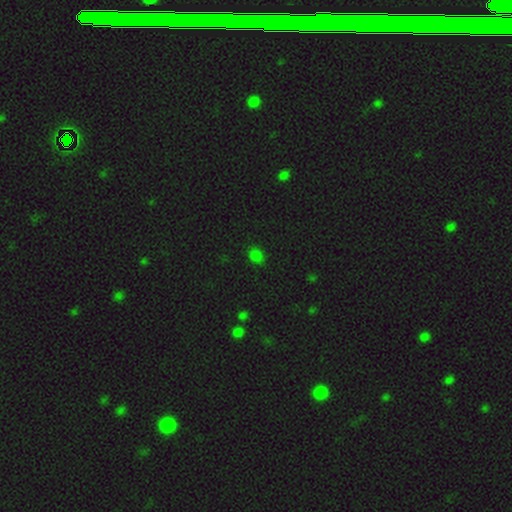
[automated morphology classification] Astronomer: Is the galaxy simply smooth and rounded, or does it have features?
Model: smooth — 74%.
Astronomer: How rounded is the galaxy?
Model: round — 53% (runner-up: in between, 46%).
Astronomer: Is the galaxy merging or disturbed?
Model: none — 84%.